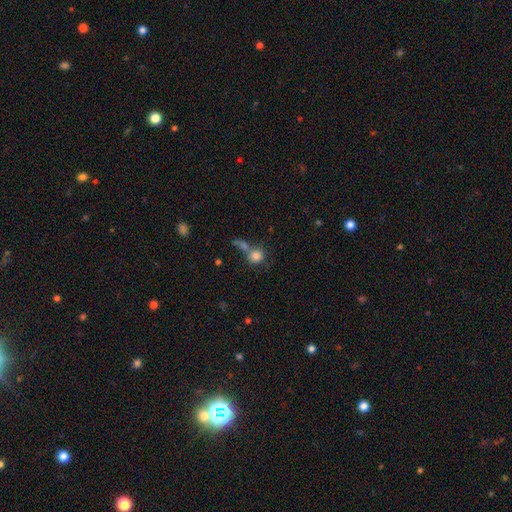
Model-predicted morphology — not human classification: Smooth or featured?
  - smooth: 80% *
  - star or artifact: 10%
  - featured or disk: 10%
How rounded?
  - round: 87% *
  - in between: 12%
  - cigar-shaped: 1%
Merging?
  - none: 44% *
  - merger: 36%
  - minor disturbance: 11%
  - major disturbance: 9%